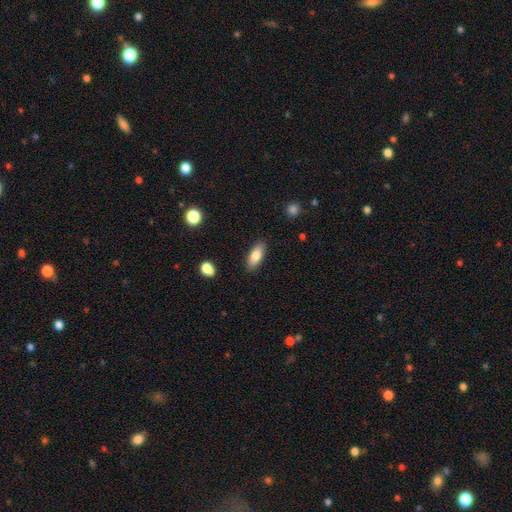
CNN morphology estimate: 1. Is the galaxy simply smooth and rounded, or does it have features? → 83% smooth, 10% featured or disk, 7% star or artifact.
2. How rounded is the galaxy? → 80% in between, 17% cigar-shaped, 2% round.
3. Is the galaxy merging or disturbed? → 88% none, 9% minor disturbance, 2% major disturbance, 1% merger.